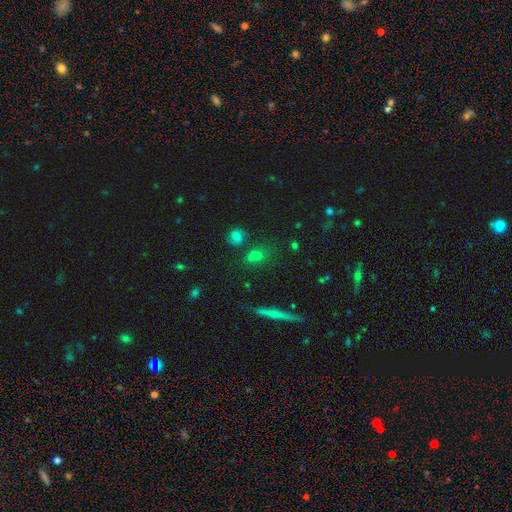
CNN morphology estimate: Smooth or featured: smooth — 49% (star or artifact — 33%)
Merging: none — 71% (merger — 13%)